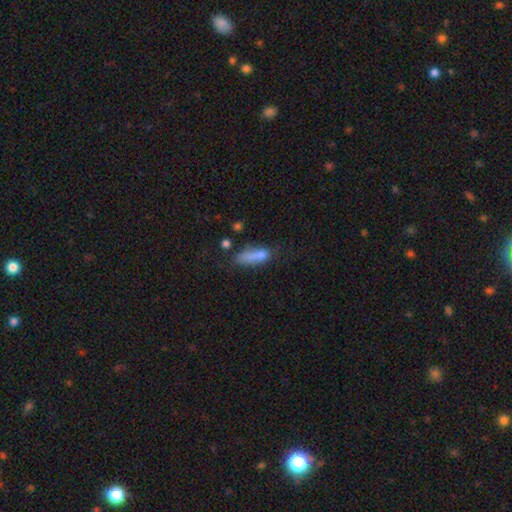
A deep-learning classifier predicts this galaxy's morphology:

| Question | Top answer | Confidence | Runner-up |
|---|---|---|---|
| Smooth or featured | smooth | 74% | featured or disk (15%) |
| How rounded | in between | 53% | cigar-shaped (43%) |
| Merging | none | 42% | minor disturbance (25%) |